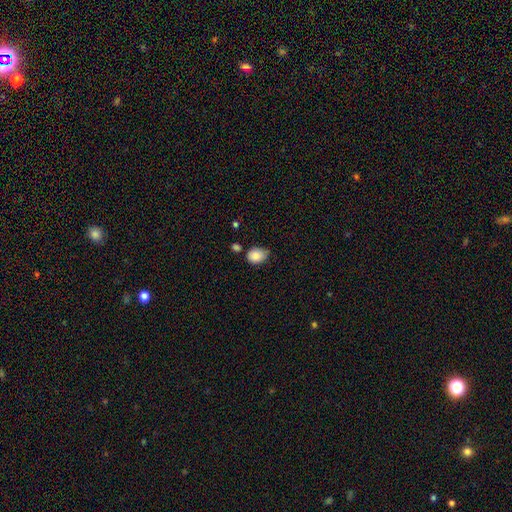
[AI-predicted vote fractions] Q: Smooth or featured?
A: smooth (85%); runner-up: star or artifact (8%)
Q: How rounded?
A: in between (62%); runner-up: round (37%)
Q: Merging?
A: none (48%); runner-up: minor disturbance (39%)